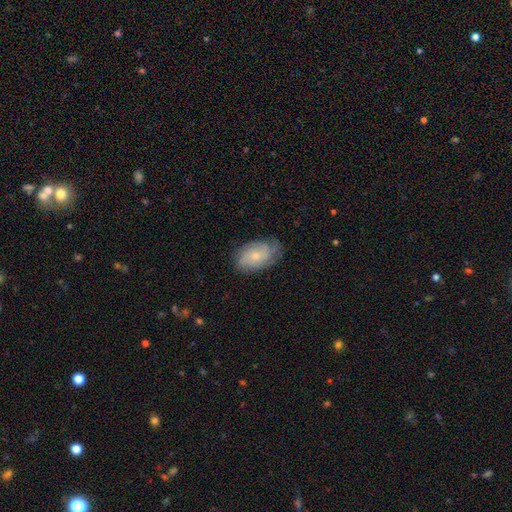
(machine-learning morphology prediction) This is possibly a smooth galaxy (48%). Merging: likely none (67%).